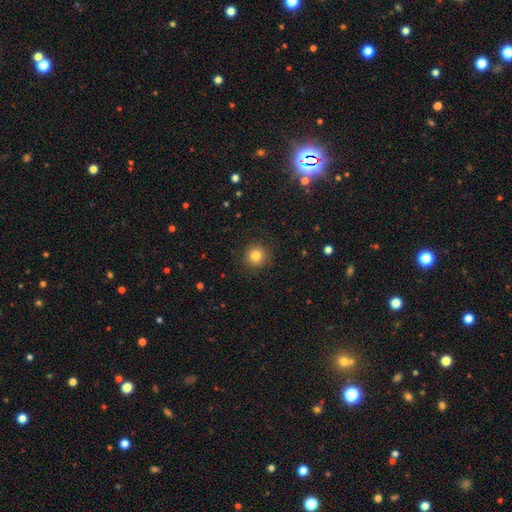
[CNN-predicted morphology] Smooth or featured?
  - smooth: 82% *
  - star or artifact: 11%
  - featured or disk: 6%
How rounded?
  - round: 94% *
  - in between: 5%
  - cigar-shaped: 1%
Merging?
  - none: 91% *
  - minor disturbance: 6%
  - major disturbance: 2%
  - merger: 1%